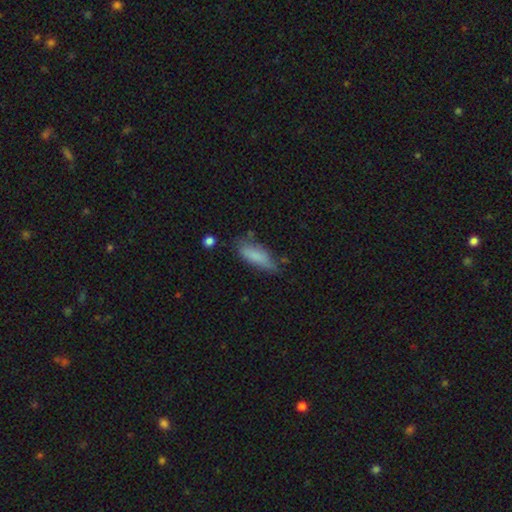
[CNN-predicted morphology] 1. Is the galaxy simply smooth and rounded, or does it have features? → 80% smooth, 13% featured or disk, 7% star or artifact.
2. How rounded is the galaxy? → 59% in between, 39% cigar-shaped, 2% round.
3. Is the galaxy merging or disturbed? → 58% none, 30% minor disturbance, 8% major disturbance, 4% merger.